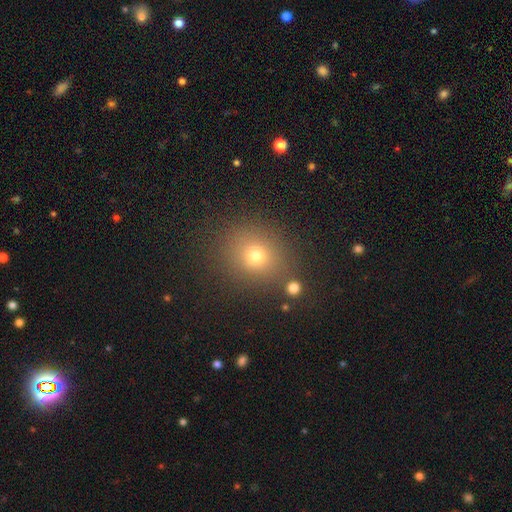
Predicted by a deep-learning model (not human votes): A smooth galaxy with no disk features (71%) that is round (76%). Merging: none (83%).